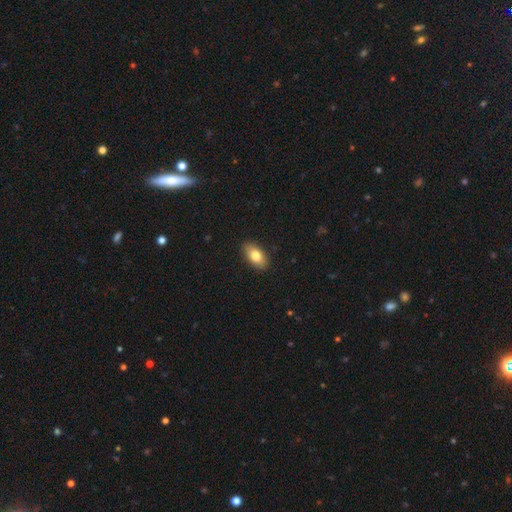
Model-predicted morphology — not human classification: smooth-or-featured: smooth: 80% | featured or disk: 13% | star or artifact: 7%
  how-rounded: in between: 90% | round: 5% | cigar-shaped: 4%
  merging: none: 89% | minor disturbance: 9% | major disturbance: 2% | merger: 1%